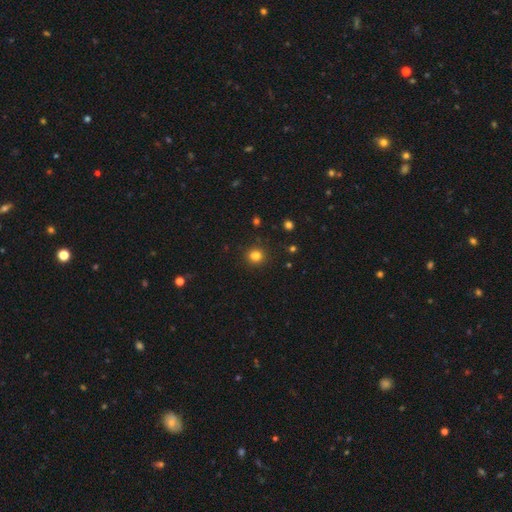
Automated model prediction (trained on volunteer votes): A smooth galaxy with no disk features (82%) that is round (82%).

Vote fractions:
- Smooth or featured? smooth: 82% / star or artifact: 13% / featured or disk: 4%
- How rounded? round: 82% / in between: 17% / cigar-shaped: 1%
- Merging? none: 88% / minor disturbance: 7% / major disturbance: 2% / merger: 2%